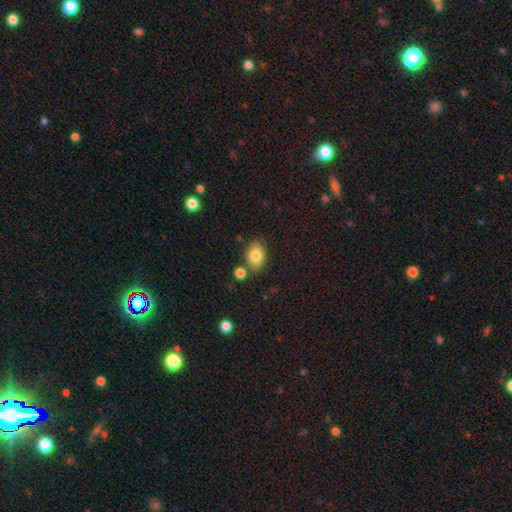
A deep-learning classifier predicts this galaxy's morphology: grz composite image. It shows a smooth galaxy with no disk features (82%) that is in between round and cigar-shaped (78%). Merging: none (74%).